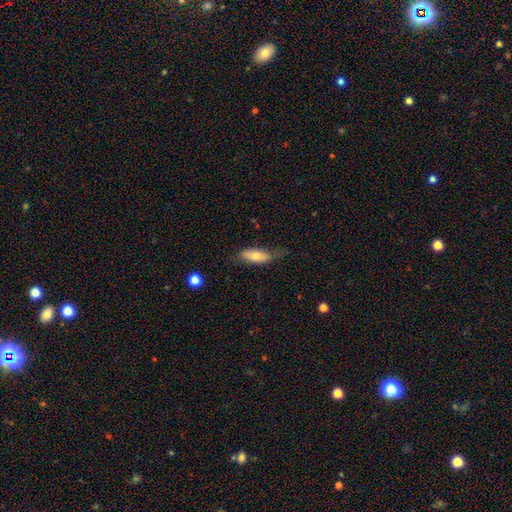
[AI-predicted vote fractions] smooth-or-featured: smooth: 68% | featured or disk: 25% | star or artifact: 6%
  how-rounded: in between: 77% | cigar-shaped: 20% | round: 3%
  merging: none: 64% | minor disturbance: 26% | major disturbance: 8% | merger: 2%